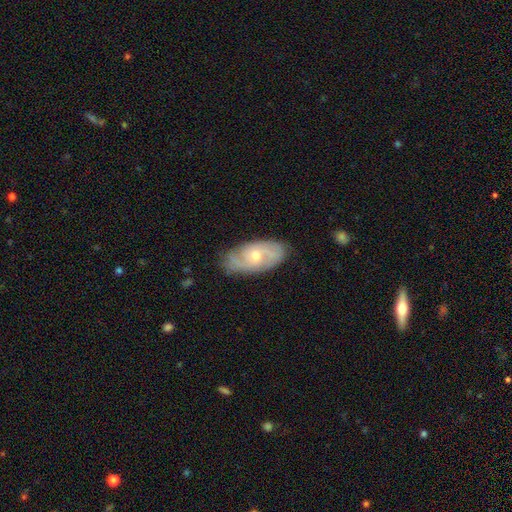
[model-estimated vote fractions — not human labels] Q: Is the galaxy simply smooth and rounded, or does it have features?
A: featured or disk — 70%.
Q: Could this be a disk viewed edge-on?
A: no — 93%.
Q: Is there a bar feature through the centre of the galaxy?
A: no — 64%.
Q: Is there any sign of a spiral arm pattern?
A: yes — 90%.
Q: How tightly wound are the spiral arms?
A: tight — 44%.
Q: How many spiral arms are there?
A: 2 — 47%.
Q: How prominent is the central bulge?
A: moderate — 50%.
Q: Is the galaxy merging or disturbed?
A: none — 76%.